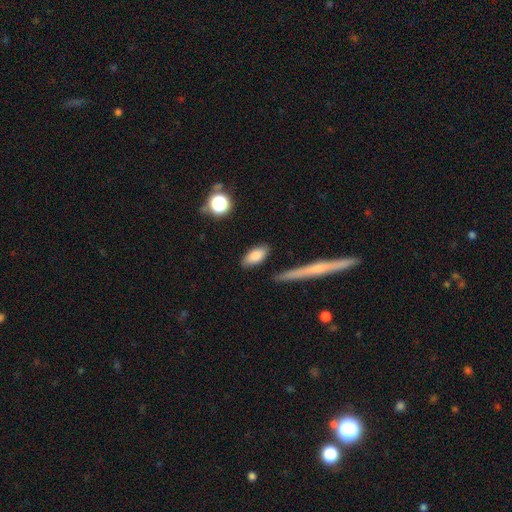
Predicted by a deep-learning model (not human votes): Smooth or featured: smooth — 83% (featured or disk — 10%)
How rounded: in between — 86% (cigar-shaped — 10%)
Merging: none — 83% (minor disturbance — 11%)